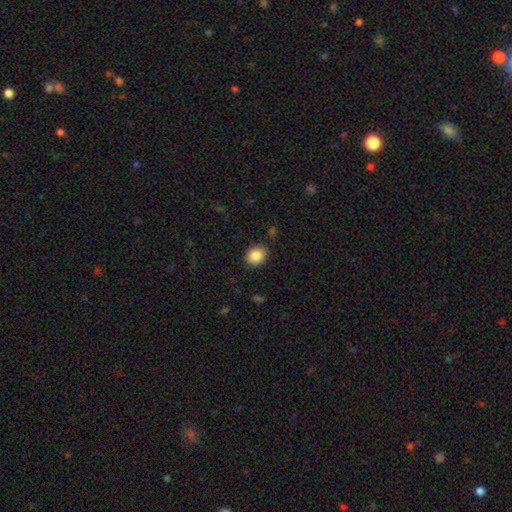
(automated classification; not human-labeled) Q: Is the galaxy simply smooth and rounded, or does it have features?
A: smooth — 86%.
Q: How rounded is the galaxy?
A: round — 59%.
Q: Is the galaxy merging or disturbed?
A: none — 86%.